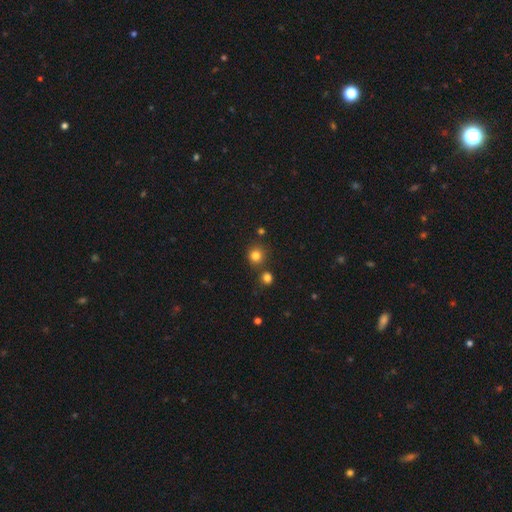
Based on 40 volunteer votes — smooth-or-featured: smooth: 85% | star or artifact: 10% | featured or disk: 5%
  how-rounded: round: 79% | in between: 18% | cigar-shaped: 3%
  merging: none: 75% | merger: 14% | minor disturbance: 8% | major disturbance: 3%